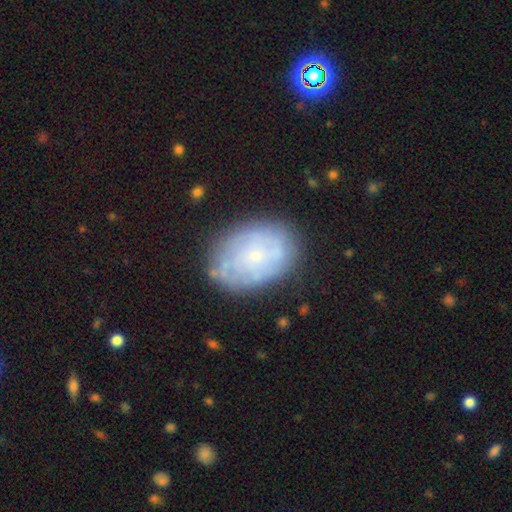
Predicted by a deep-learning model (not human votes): A featured or disk galaxy (54%) with no bar (84%), spiral arms (51%) and a small central bulge (77%). Merging: none (72%).